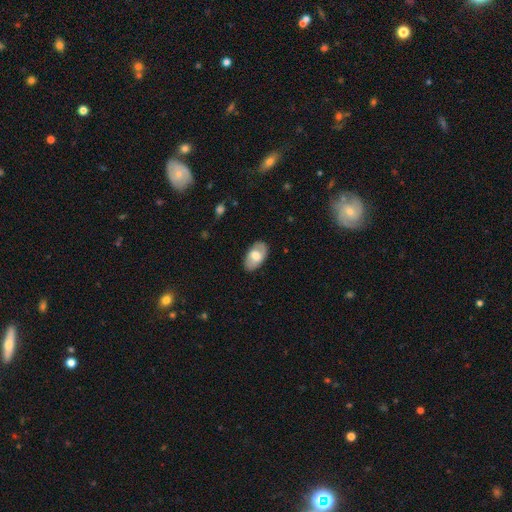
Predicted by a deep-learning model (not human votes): Smooth or featured? smooth (61%)
How rounded? in between (94%)
Merging? none (82%)